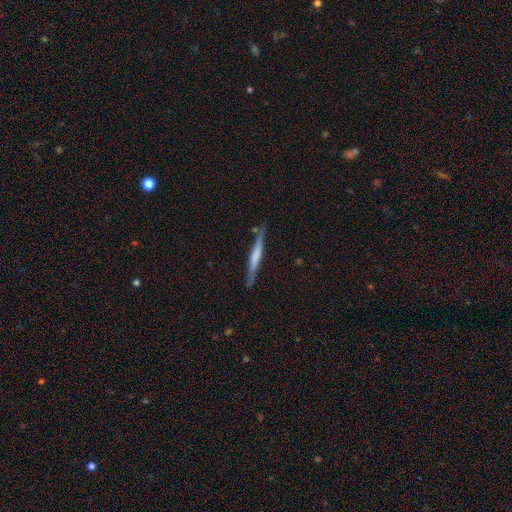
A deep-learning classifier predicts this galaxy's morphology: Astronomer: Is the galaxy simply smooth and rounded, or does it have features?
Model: featured or disk — 49% (runner-up: smooth, 45%).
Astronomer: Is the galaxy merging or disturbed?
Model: none — 80%.